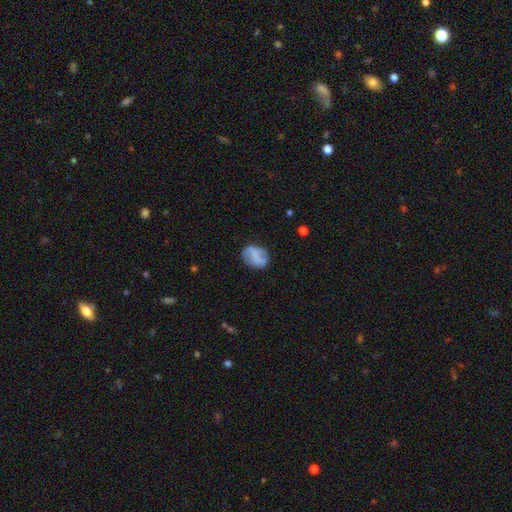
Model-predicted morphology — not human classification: smooth-or-featured: smooth: 52% | featured or disk: 39% | star or artifact: 9%
  how-rounded: in between: 60% | round: 39% | cigar-shaped: 2%
  merging: none: 70% | minor disturbance: 20% | major disturbance: 8% | merger: 2%